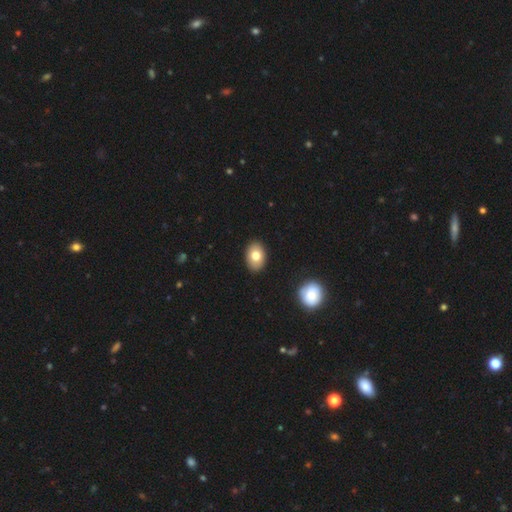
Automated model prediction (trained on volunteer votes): Overall: smooth (79%). How rounded: in between (84%). Merging: none (90%).